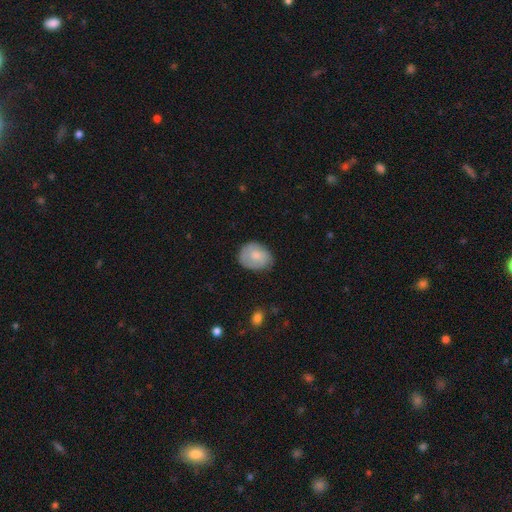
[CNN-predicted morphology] smooth-or-featured: smooth: 69% | featured or disk: 25% | star or artifact: 7%
  how-rounded: in between: 51% | round: 48% | cigar-shaped: 1%
  merging: none: 69% | minor disturbance: 24% | major disturbance: 6% | merger: 1%